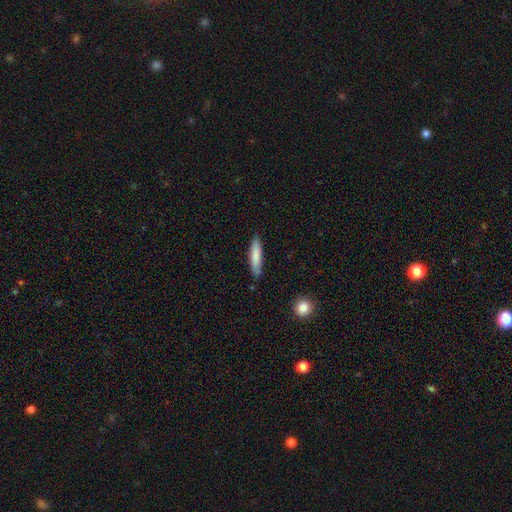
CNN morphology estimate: Q: Smooth or featured?
A: smooth (81%); runner-up: featured or disk (13%)
Q: How rounded?
A: cigar-shaped (79%); runner-up: in between (19%)
Q: Merging?
A: none (84%); runner-up: minor disturbance (12%)